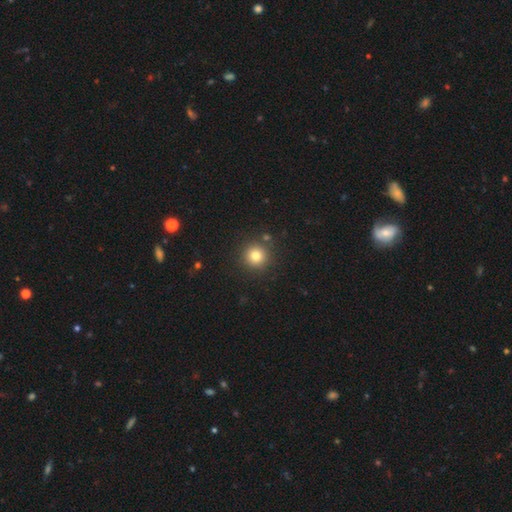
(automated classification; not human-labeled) Smooth or featured: smooth — 79% (star or artifact — 14%)
How rounded: round — 95% (in between — 4%)
Merging: none — 88% (minor disturbance — 6%)